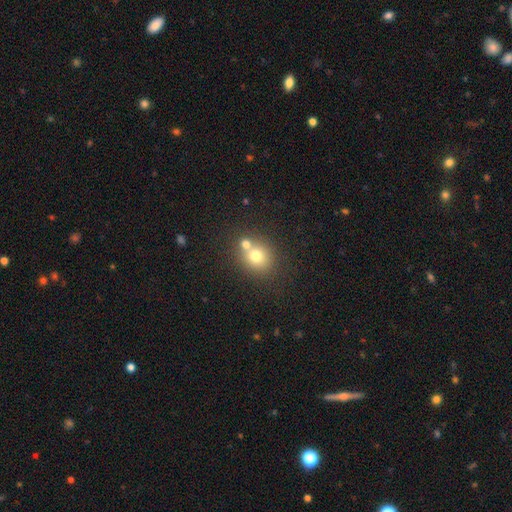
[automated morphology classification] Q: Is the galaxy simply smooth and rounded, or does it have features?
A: smooth — 72%.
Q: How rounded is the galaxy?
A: round — 78%.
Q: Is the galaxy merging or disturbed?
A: none — 50%.